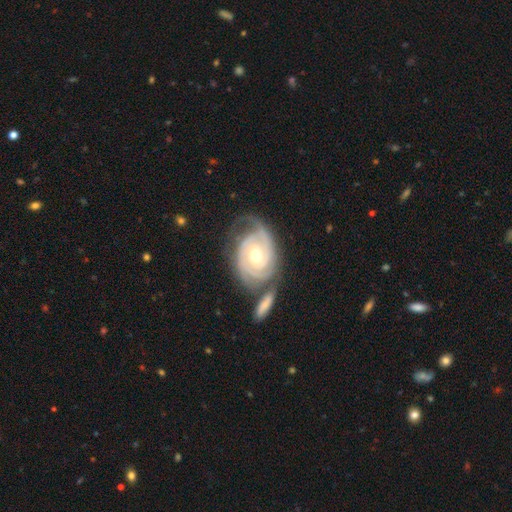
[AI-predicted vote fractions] This is clearly a featured or disk galaxy (90%). It is clearly not viewed edge-on (96%). Bar: likely no (65%). Spiral arm pattern: clearly yes (98%). Spiral arm count: possibly 2 (50%). Spiral winding: likely tight (76%). Central bulge: likely moderate (61%). Merging: possibly none (52%).